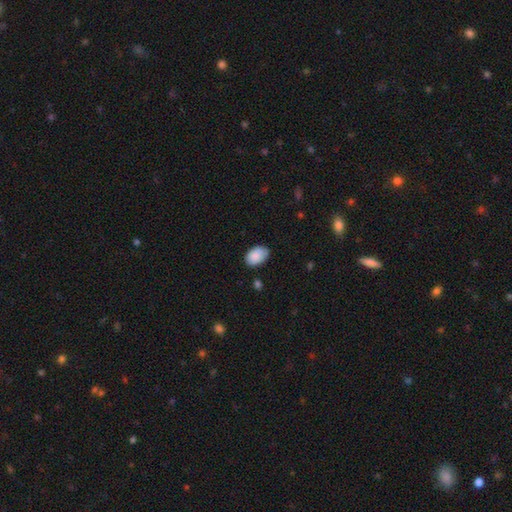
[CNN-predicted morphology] A smooth galaxy with no disk features (87%) that is in between round and cigar-shaped (88%).

Vote fractions:
- Smooth or featured? smooth: 87% / star or artifact: 7% / featured or disk: 6%
- How rounded? in between: 88% / round: 11% / cigar-shaped: 1%
- Merging? none: 75% / minor disturbance: 20% / major disturbance: 3% / merger: 2%